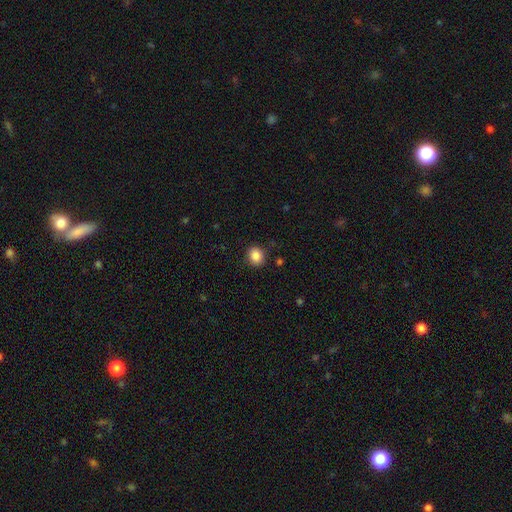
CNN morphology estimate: smooth 87%, star or artifact 10%, featured or disk 4%. Down the decision tree: how rounded — round (75%); merging — none (88%).